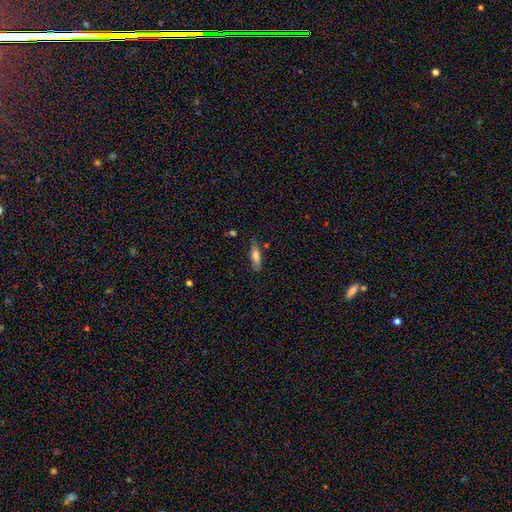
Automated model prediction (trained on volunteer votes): Morphology: type=smooth (71%); roundness=cigar-shaped (52%); merging=none (70%).